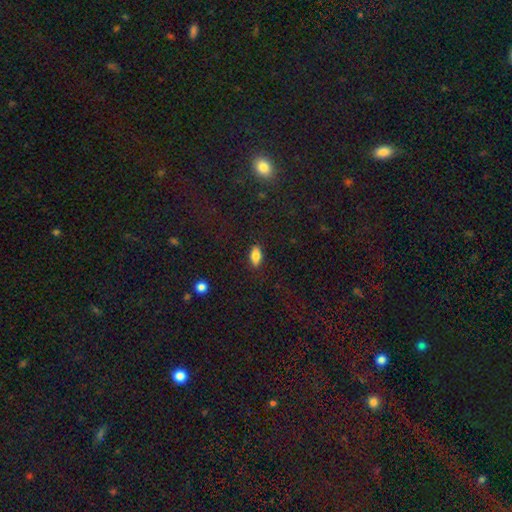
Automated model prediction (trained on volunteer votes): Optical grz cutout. It shows a smooth galaxy with no disk features (81%) that is in between round and cigar-shaped (87%). Merging: none (88%).